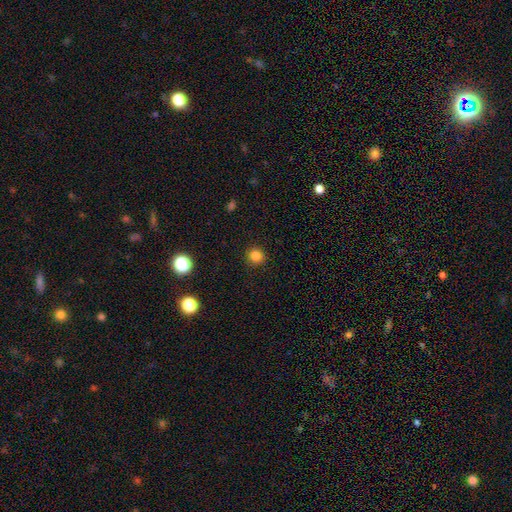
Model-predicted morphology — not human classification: Smooth or featured?
  - smooth: 82% *
  - star or artifact: 13%
  - featured or disk: 5%
How rounded?
  - round: 92% *
  - in between: 7%
  - cigar-shaped: 1%
Merging?
  - none: 91% *
  - minor disturbance: 6%
  - major disturbance: 2%
  - merger: 1%